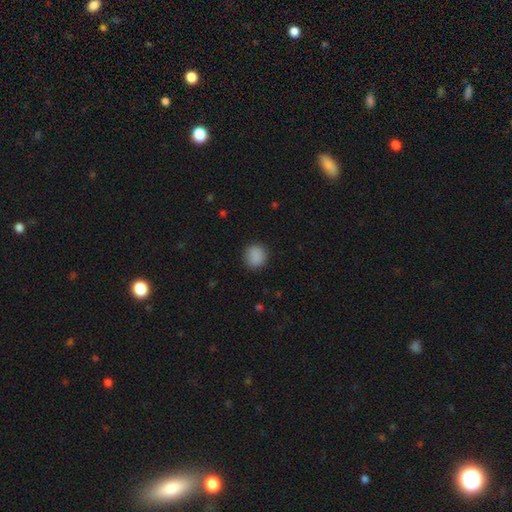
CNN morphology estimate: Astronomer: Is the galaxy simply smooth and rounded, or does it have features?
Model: smooth — 88%.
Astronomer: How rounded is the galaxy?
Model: round — 88%.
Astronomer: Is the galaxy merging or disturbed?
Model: none — 89%.